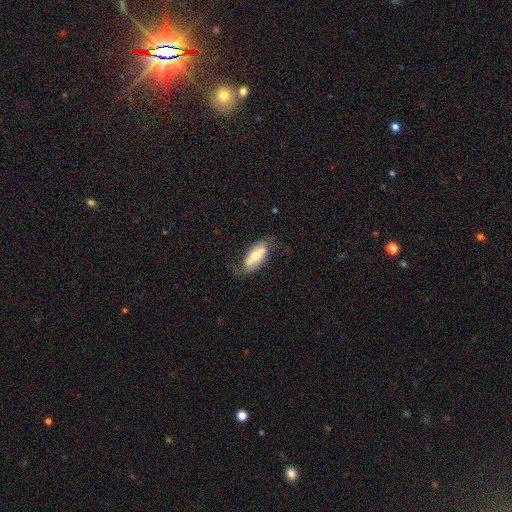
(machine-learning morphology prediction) A smooth galaxy with no disk features (57%) that is in between round and cigar-shaped (77%). Merging: none (59%).